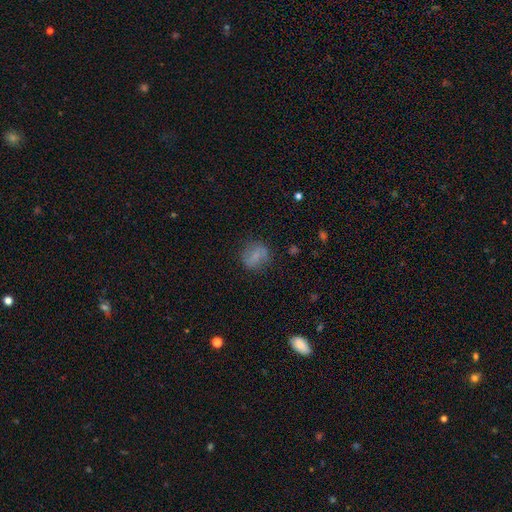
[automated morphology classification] Smooth or featured: smooth — 68% (featured or disk — 22%)
How rounded: round — 60% (in between — 38%)
Merging: none — 75% (minor disturbance — 17%)